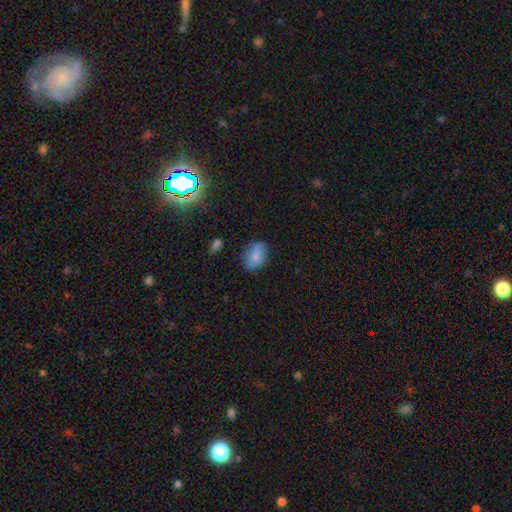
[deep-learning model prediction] A smooth galaxy with no disk features (78%) that is in between round and cigar-shaped (78%). Merging: none (71%).